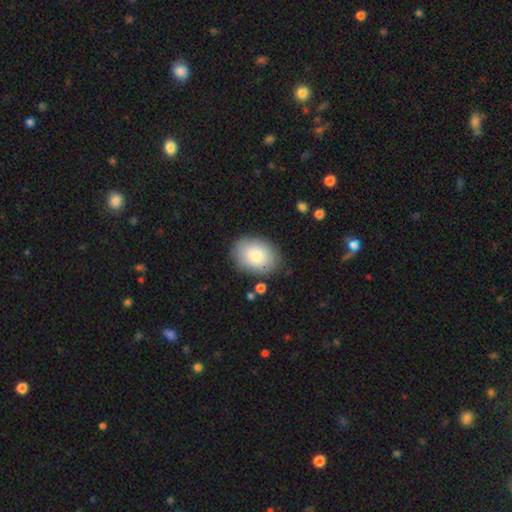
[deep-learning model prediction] Smooth or featured?
  - smooth: 84% *
  - featured or disk: 9%
  - star or artifact: 6%
How rounded?
  - in between: 72% *
  - round: 27%
  - cigar-shaped: 1%
Merging?
  - none: 83% *
  - minor disturbance: 11%
  - major disturbance: 3%
  - merger: 2%